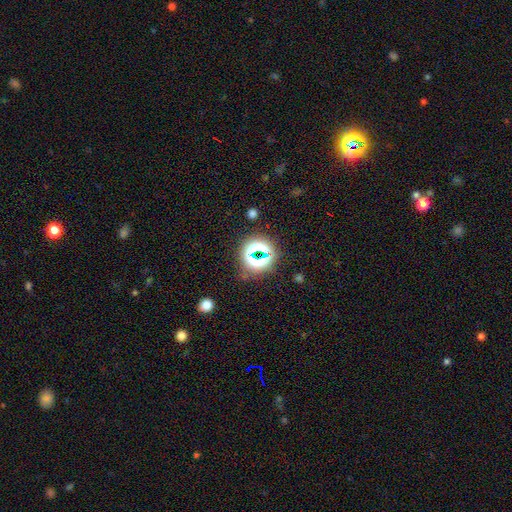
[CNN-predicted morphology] Smooth or featured?
  - star or artifact: 62% *
  - smooth: 28%
  - featured or disk: 11%